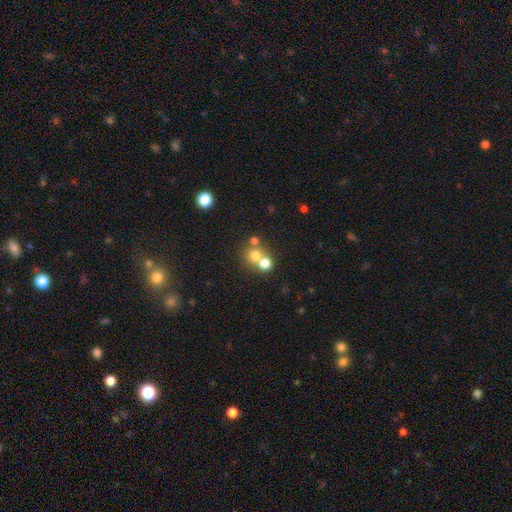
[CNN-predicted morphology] The model was most divided on "merging": merger: 48%, none: 44%, minor disturbance: 5%, major disturbance: 3%. More confident: how rounded — round (86%); smooth or featured — smooth (70%).